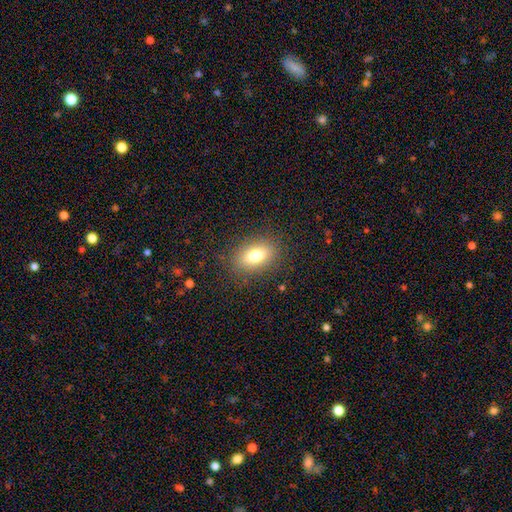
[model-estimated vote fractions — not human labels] A smooth galaxy with no disk features (77%) that is in between round and cigar-shaped (84%). Merging: none (85%).